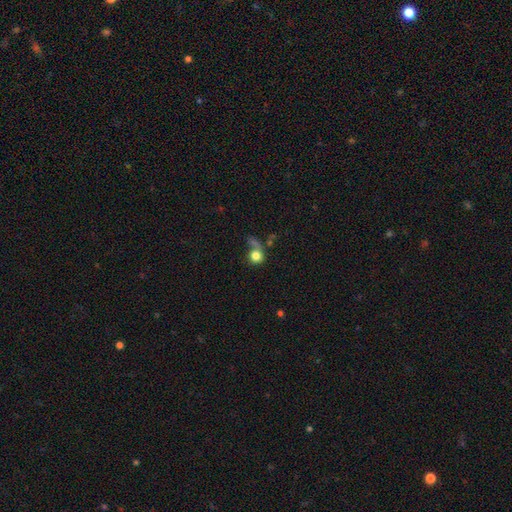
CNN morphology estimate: Smooth or featured? Predicted: smooth (p=0.76). How rounded? Predicted: round (p=0.82). Merging? Predicted: none (p=0.34).